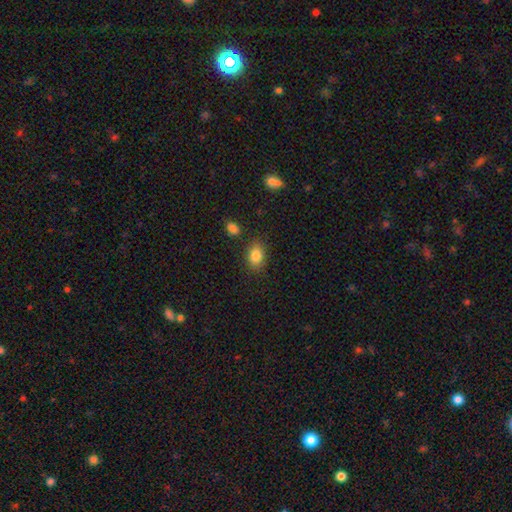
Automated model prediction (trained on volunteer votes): Smooth or featured? smooth (85%)
How rounded? in between (76%)
Merging? none (80%)